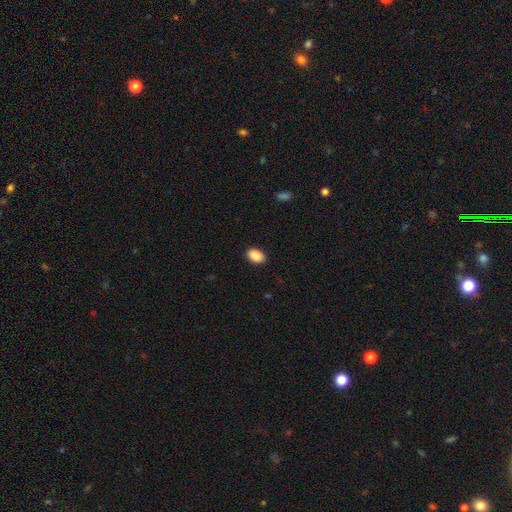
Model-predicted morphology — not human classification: Q: Smooth or featured?
A: smooth (89%); runner-up: star or artifact (7%)
Q: How rounded?
A: in between (84%); runner-up: round (15%)
Q: Merging?
A: none (90%); runner-up: minor disturbance (7%)